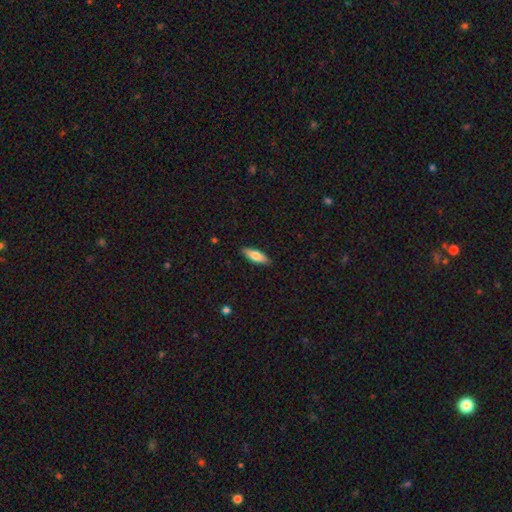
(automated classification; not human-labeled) This appears to be a smooth galaxy with no disk features (74%) that is in between round and cigar-shaped (58%). Merging: none (89%).